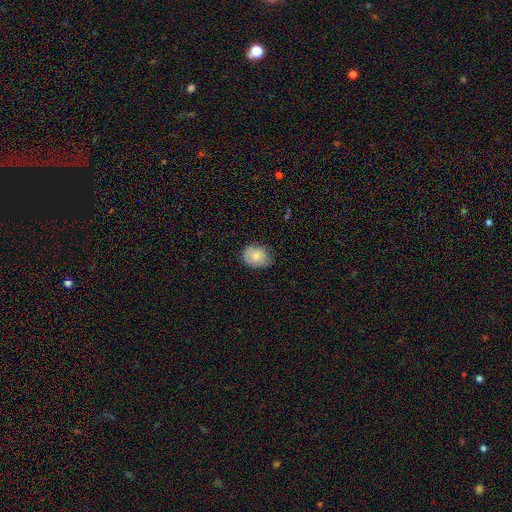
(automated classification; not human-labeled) smooth-or-featured: smooth: 81% | featured or disk: 11% | star or artifact: 7%
  how-rounded: in between: 54% | round: 45% | cigar-shaped: 1%
  merging: none: 69% | minor disturbance: 25% | major disturbance: 5% | merger: 1%